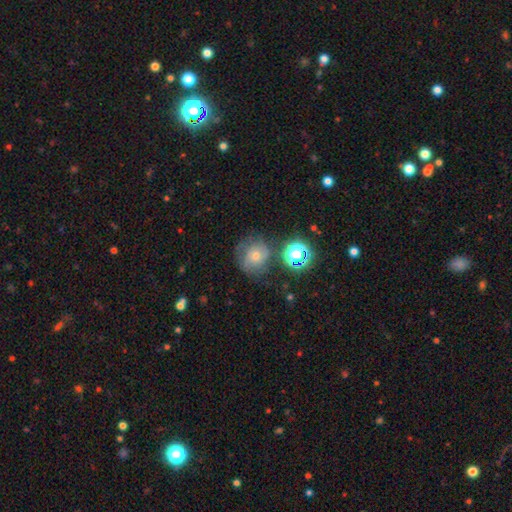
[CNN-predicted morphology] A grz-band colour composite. It shows a featured or disk galaxy (45%). Merging: none (68%).